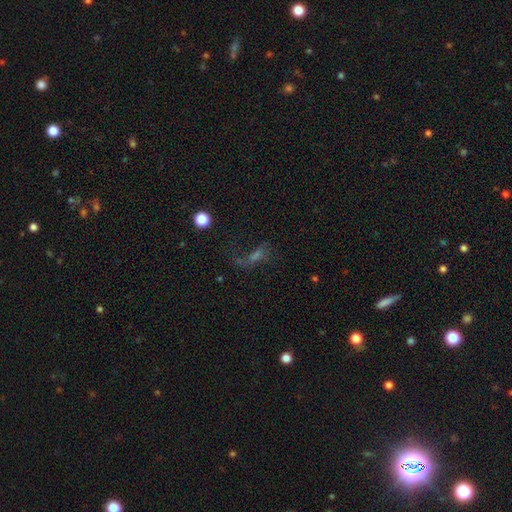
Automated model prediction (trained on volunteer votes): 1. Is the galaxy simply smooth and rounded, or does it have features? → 39% featured or disk, 32% smooth, 29% star or artifact.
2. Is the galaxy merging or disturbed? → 44% none, 32% major disturbance, 17% minor disturbance, 7% merger.